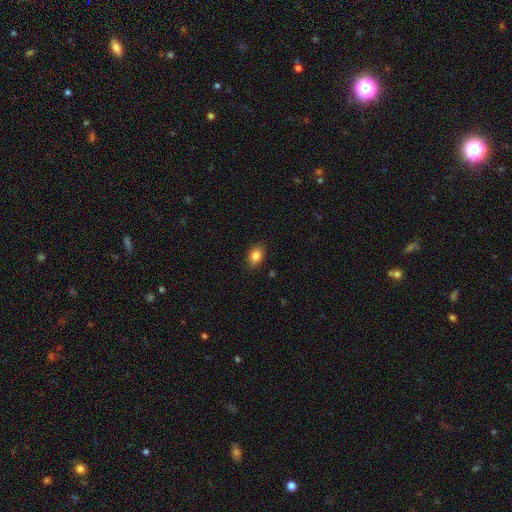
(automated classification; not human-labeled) This is clearly a smooth galaxy (84%). How rounded: likely in between (77%). Merging: clearly none (87%).